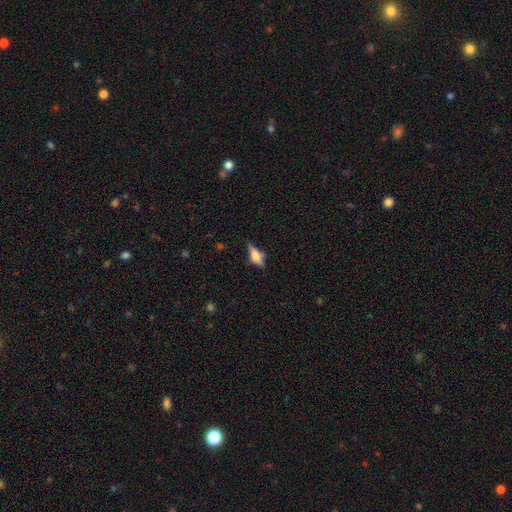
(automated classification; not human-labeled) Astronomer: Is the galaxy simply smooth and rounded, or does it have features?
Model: smooth — 52% (runner-up: featured or disk, 38%).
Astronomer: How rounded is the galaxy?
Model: in between — 61%.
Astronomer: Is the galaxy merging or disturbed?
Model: none — 63%.